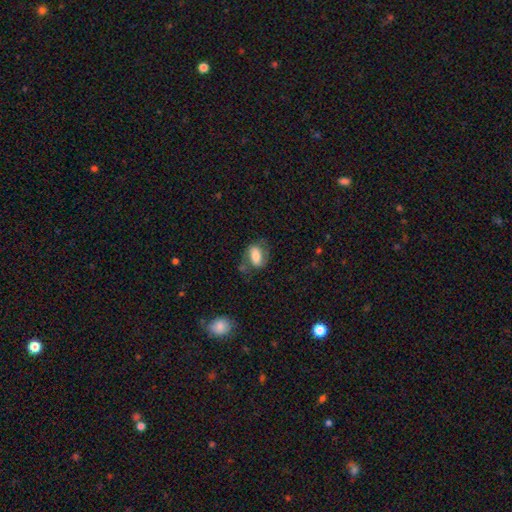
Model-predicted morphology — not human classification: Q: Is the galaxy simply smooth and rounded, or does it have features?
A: smooth — 67%.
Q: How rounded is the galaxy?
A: in between — 85%.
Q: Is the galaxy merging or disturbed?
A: none — 53%.